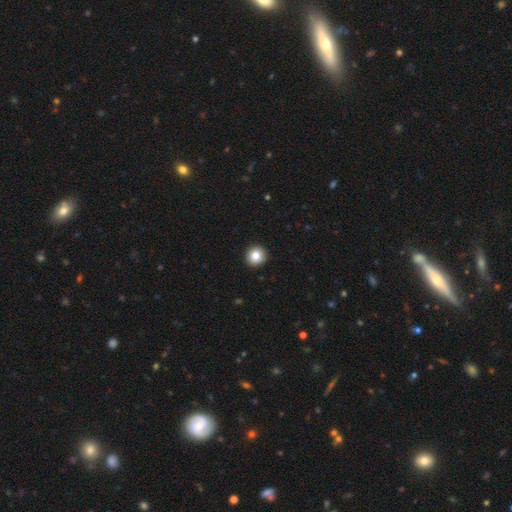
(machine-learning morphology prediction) smooth-or-featured: smooth: 84% | star or artifact: 9% | featured or disk: 7%
  how-rounded: round: 92% | in between: 7% | cigar-shaped: 1%
  merging: none: 93% | minor disturbance: 5% | major disturbance: 1% | merger: 1%